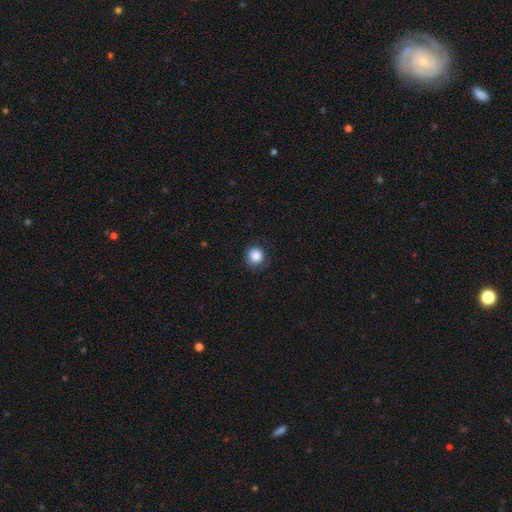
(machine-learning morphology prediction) The model was most divided on "merging": none: 85%, minor disturbance: 11%, major disturbance: 3%, merger: 1%. More confident: how rounded — round (93%); smooth or featured — smooth (87%).